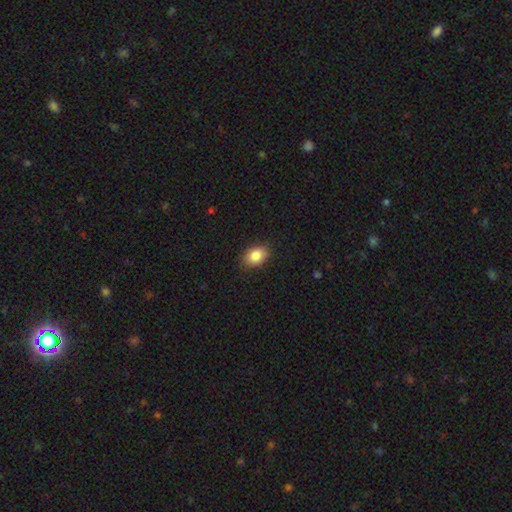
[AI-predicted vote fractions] The model was most divided on "how rounded": in between: 79%, round: 20%, cigar-shaped: 1%. More confident: merging — none (87%); smooth or featured — smooth (85%).